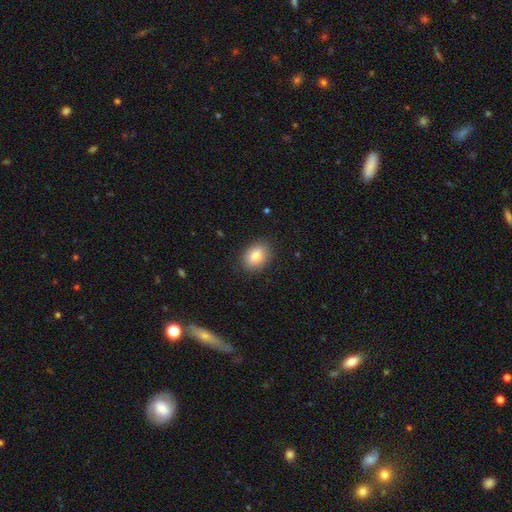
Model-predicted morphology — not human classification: type=smooth (85%); roundness=in between (69%); merging=none (87%).